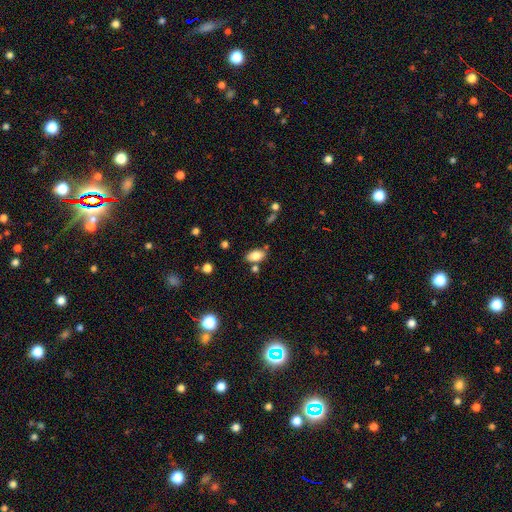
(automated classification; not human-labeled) Overall: smooth (80%). How rounded: in between (91%). Merging: none (73%).